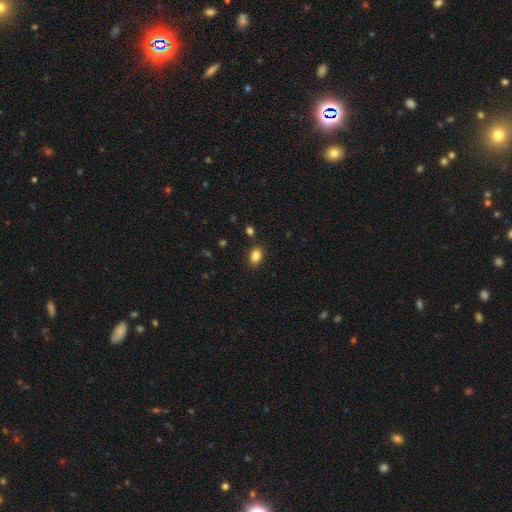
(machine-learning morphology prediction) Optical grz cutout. It shows a smooth galaxy with no disk features (85%) that is in between round and cigar-shaped (84%). Merging: none (86%).